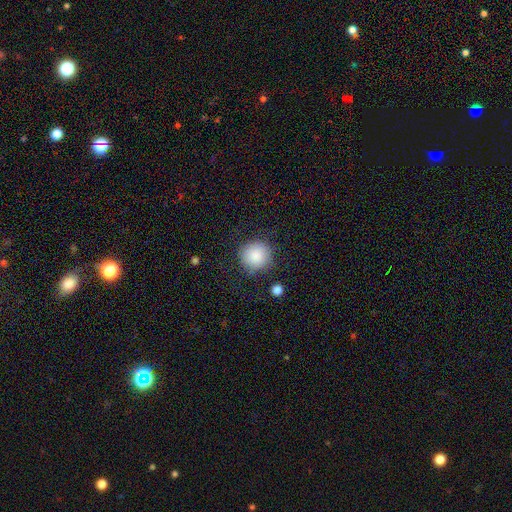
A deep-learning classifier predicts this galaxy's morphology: smooth-or-featured: smooth: 87% | star or artifact: 8% | featured or disk: 5%
  how-rounded: round: 93% | in between: 6% | cigar-shaped: 1%
  merging: none: 81% | minor disturbance: 12% | major disturbance: 4% | merger: 3%